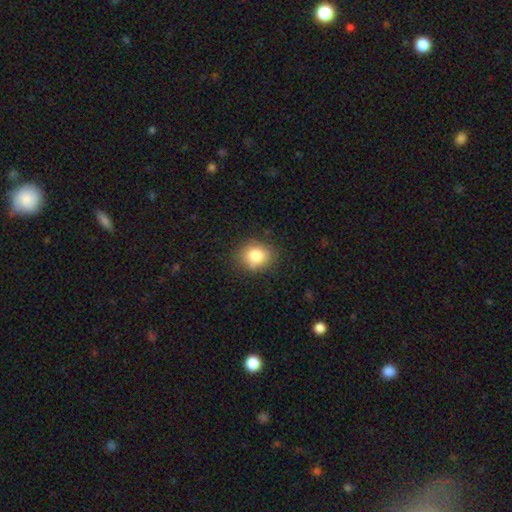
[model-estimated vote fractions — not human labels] smooth_or_featured: smooth (p=0.81) [alt: star or artifact p=0.10]
how_rounded: round (p=0.61) [alt: in between p=0.38]
merging: none (p=0.80) [alt: minor disturbance p=0.14]